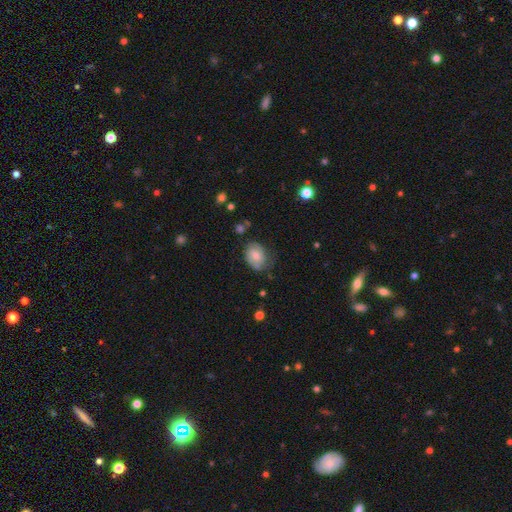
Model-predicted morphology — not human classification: type=smooth (54%); roundness=in between (70%); merging=none (63%).